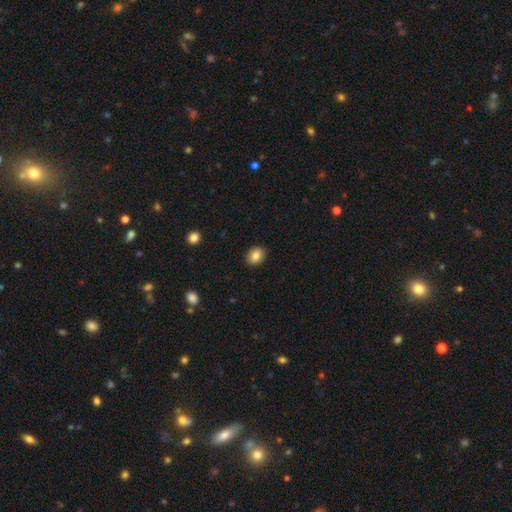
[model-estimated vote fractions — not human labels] The model was most divided on "how rounded": round: 52%, in between: 47%, cigar-shaped: 1%. More confident: merging — none (91%); smooth or featured — smooth (85%).